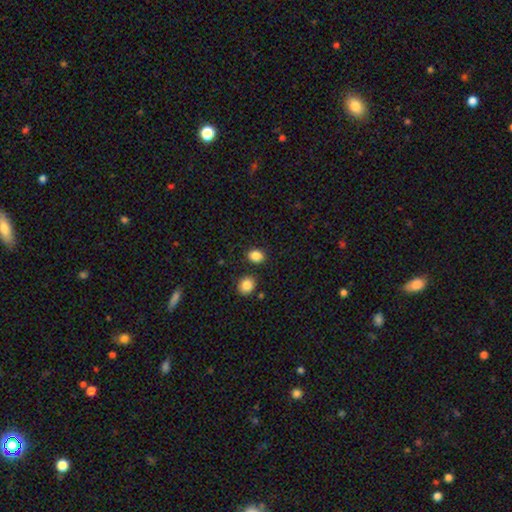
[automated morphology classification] Smooth or featured?
  - smooth: 86% *
  - star or artifact: 10%
  - featured or disk: 4%
How rounded?
  - in between: 51% *
  - round: 48%
  - cigar-shaped: 1%
Merging?
  - none: 83% *
  - minor disturbance: 9%
  - merger: 6%
  - major disturbance: 2%